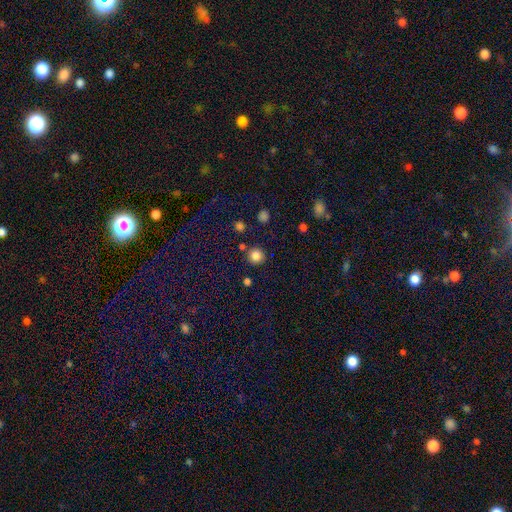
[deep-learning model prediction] smooth_or_featured: smooth (p=0.83) [alt: star or artifact p=0.12]
how_rounded: round (p=0.94) [alt: in between p=0.05]
merging: none (p=0.86) [alt: minor disturbance p=0.07]